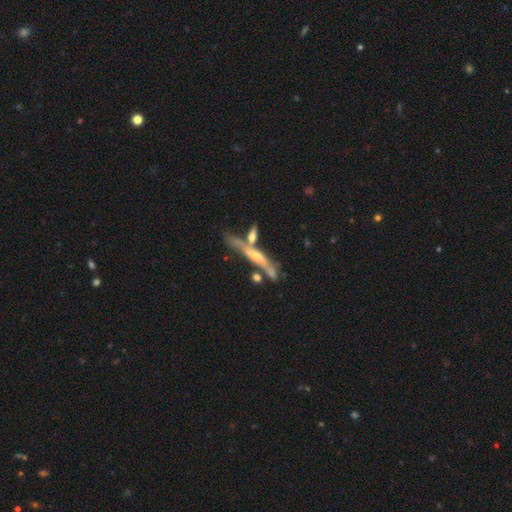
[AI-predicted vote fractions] Morphology: type=featured or disk (68%); edge-on=yes (86%); edge-on bulge=rounded (63%); merging=none (49%).